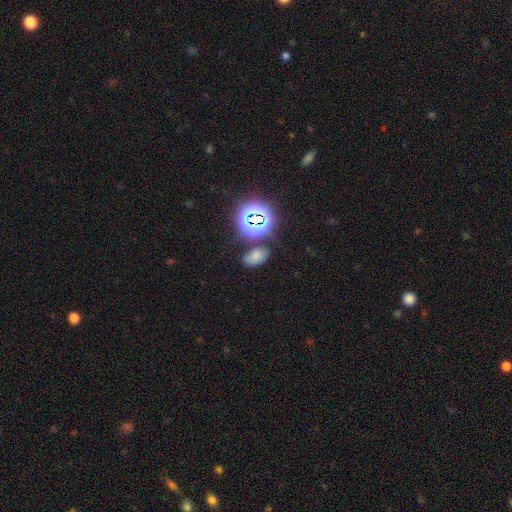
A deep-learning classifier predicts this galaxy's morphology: Overall: smooth (59%; star or artifact 30%). How rounded: in between (88%). Merging: none (70%).